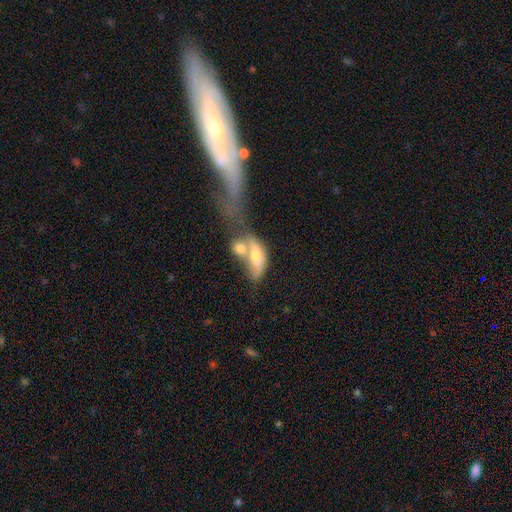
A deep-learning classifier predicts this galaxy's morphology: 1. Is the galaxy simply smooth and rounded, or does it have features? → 56% smooth, 36% featured or disk, 8% star or artifact.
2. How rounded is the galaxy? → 76% in between, 17% cigar-shaped, 7% round.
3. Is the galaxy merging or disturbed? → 64% merger, 16% major disturbance, 12% none, 8% minor disturbance.